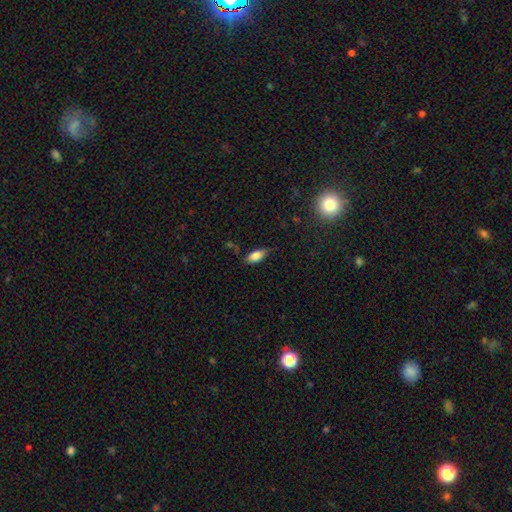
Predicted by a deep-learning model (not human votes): smooth_or_featured: smooth (p=0.78) [alt: featured or disk p=0.14]
how_rounded: in between (p=0.83) [alt: cigar-shaped p=0.14]
merging: none (p=0.73) [alt: minor disturbance p=0.21]